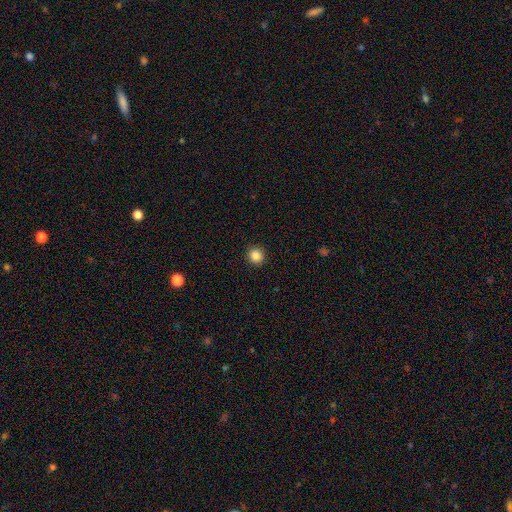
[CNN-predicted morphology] A smooth galaxy with no disk features (86%) that is round (92%).

Vote fractions:
- Smooth or featured? smooth: 86% / star or artifact: 11% / featured or disk: 4%
- How rounded? round: 92% / in between: 7% / cigar-shaped: 1%
- Merging? none: 92% / minor disturbance: 5% / major disturbance: 2% / merger: 1%